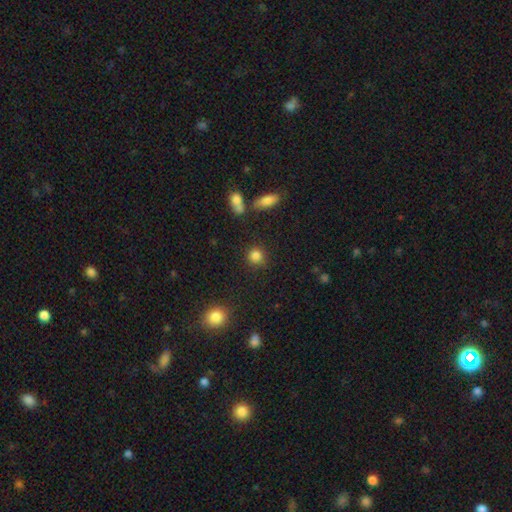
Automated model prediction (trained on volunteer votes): smooth_or_featured: smooth (p=0.83) [alt: star or artifact p=0.12]
how_rounded: round (p=0.89) [alt: in between p=0.10]
merging: none (p=0.82) [alt: minor disturbance p=0.10]